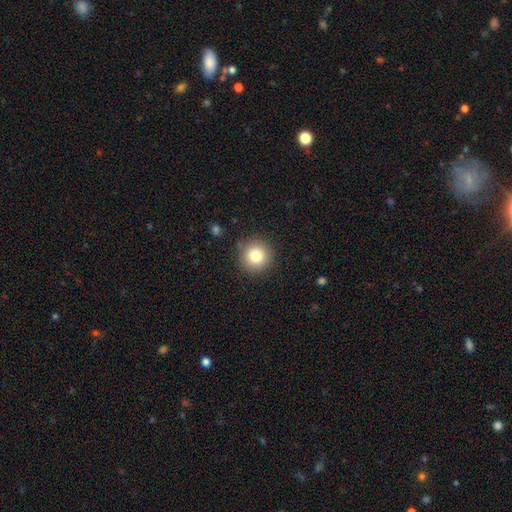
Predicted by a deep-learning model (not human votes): A smooth galaxy with no disk features (82%) that is round (94%).

Vote fractions:
- Smooth or featured? smooth: 82% / star or artifact: 10% / featured or disk: 7%
- How rounded? round: 94% / in between: 5% / cigar-shaped: 1%
- Merging? none: 88% / minor disturbance: 8% / major disturbance: 2% / merger: 2%